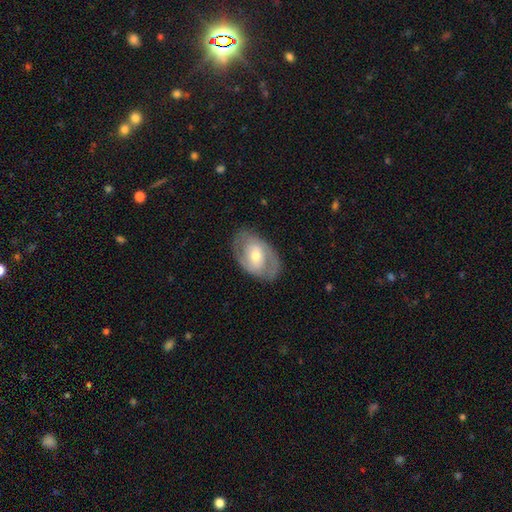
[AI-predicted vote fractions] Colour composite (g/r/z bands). It shows a featured or disk galaxy (65%) with a weak bar (41%), spiral arms (66%) and a moderate central bulge (62%). Merging: none (79%).